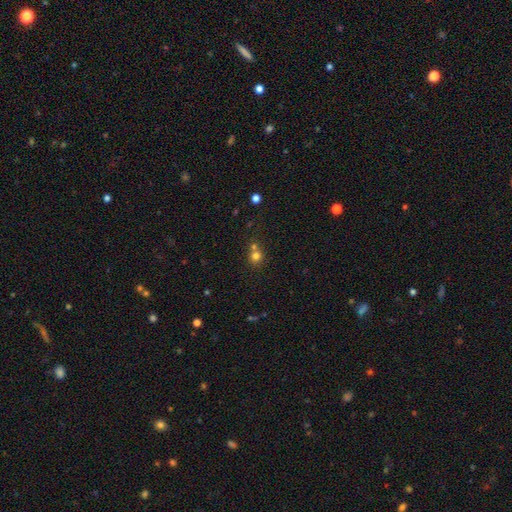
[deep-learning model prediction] smooth 75%, star or artifact 17%, featured or disk 9%. Down the decision tree: how rounded — round (86%); merging — none (52%).